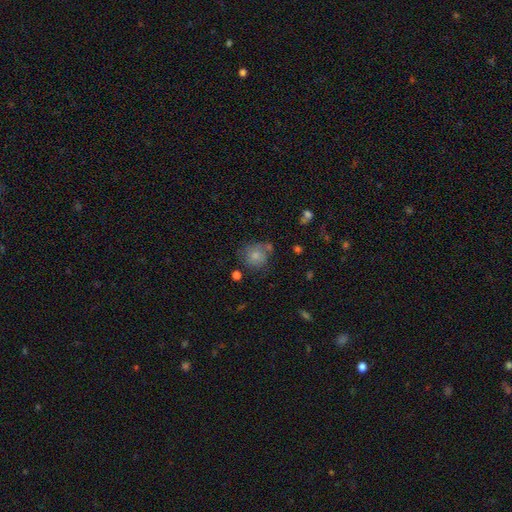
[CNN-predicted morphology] type=smooth (78%); roundness=round (84%); merging=none (60%).